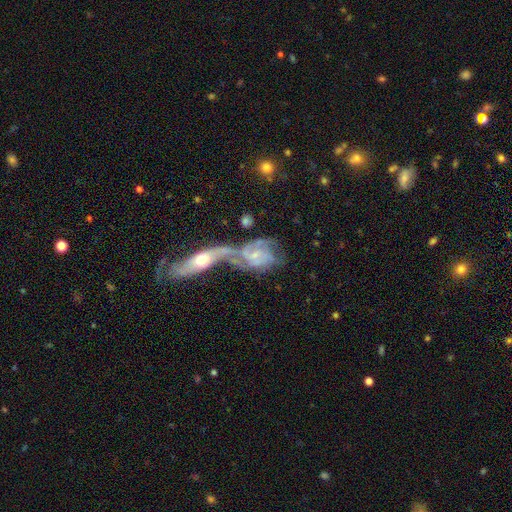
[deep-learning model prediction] Morphology: type=featured or disk (75%); edge-on=no (92%); bar=no (65%); spiral arms=yes (85%); winding=medium (39%); arm count=2 (53%); bulge=small (61%); merging=merger (62%).